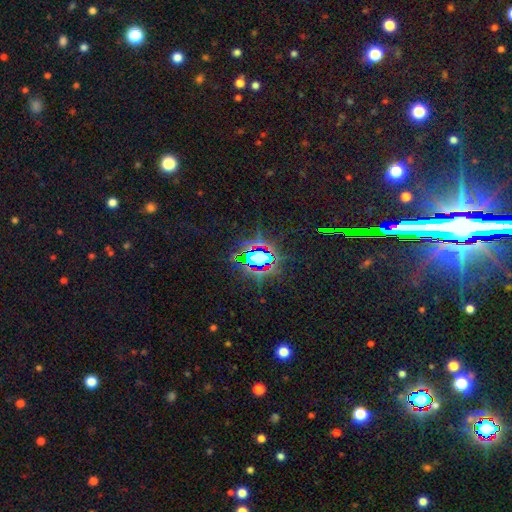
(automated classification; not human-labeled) Smooth or featured? Predicted: star or artifact (p=0.73).